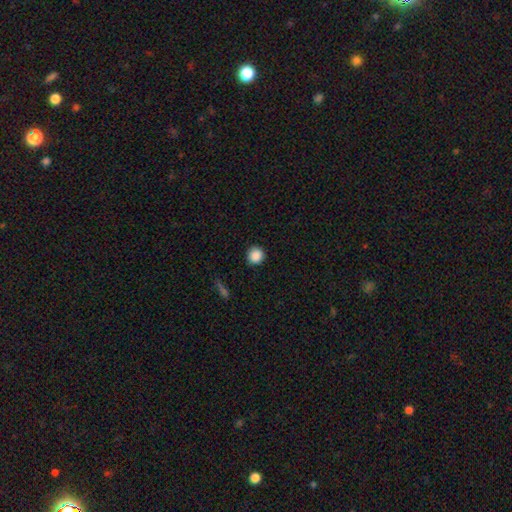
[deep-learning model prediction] Smooth or featured: smooth — 88% (star or artifact — 9%)
How rounded: round — 94% (in between — 5%)
Merging: none — 92% (minor disturbance — 5%)